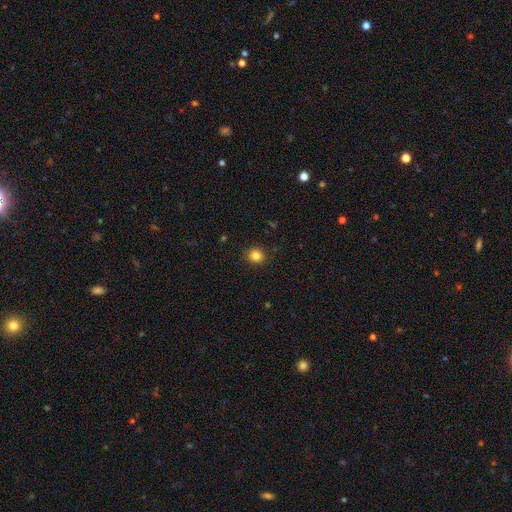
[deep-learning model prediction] smooth 84%, star or artifact 12%, featured or disk 5%. Down the decision tree: how rounded — round (89%); merging — none (90%).